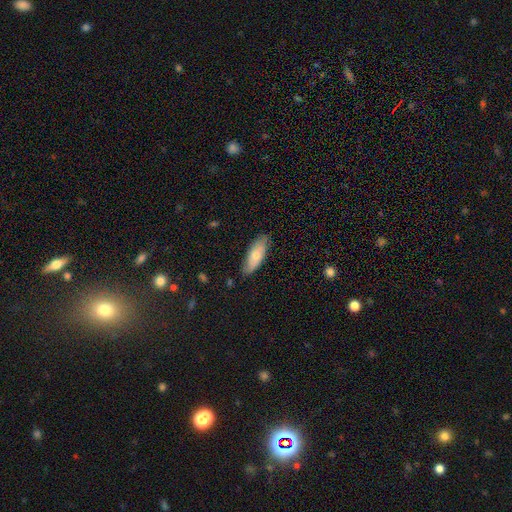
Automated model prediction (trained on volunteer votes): Smooth or featured?
  - smooth: 69% *
  - featured or disk: 25%
  - star or artifact: 6%
How rounded?
  - in between: 72% *
  - cigar-shaped: 26%
  - round: 2%
Merging?
  - none: 79% *
  - minor disturbance: 17%
  - major disturbance: 3%
  - merger: 1%